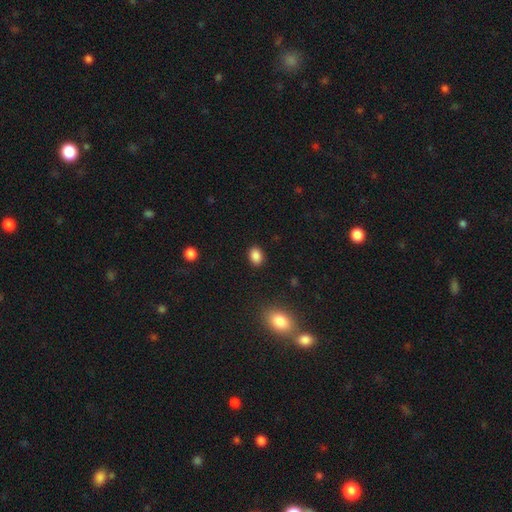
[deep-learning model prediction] The model was most divided on "how rounded": in between: 75%, round: 23%, cigar-shaped: 1%. More confident: merging — none (88%); smooth or featured — smooth (87%).